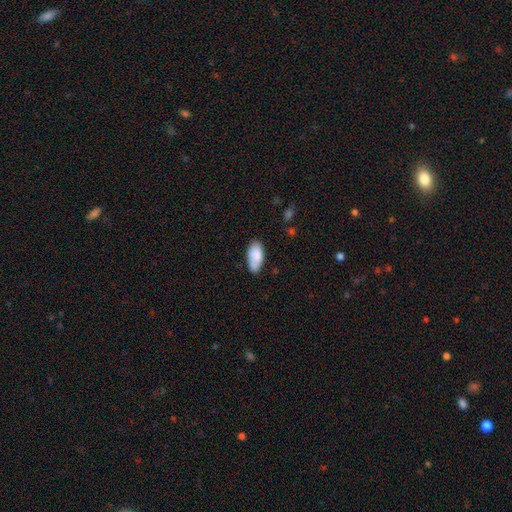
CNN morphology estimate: Smooth or featured? Predicted: smooth (p=0.84). How rounded? Predicted: in between (p=0.92). Merging? Predicted: none (p=0.70).